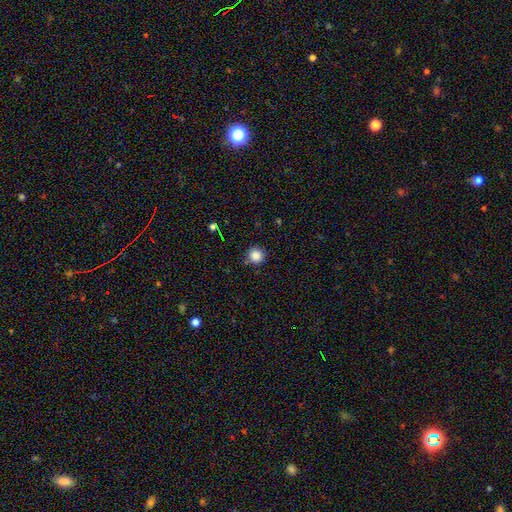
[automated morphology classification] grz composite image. It shows a smooth galaxy with no disk features (85%) that is round (95%). Merging: none (87%).